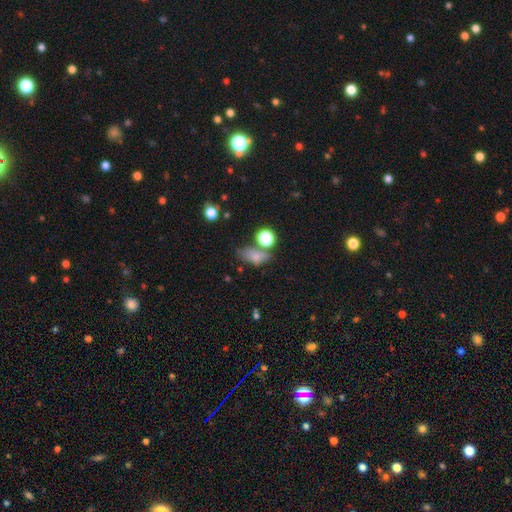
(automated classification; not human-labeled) smooth 72%, star or artifact 15%, featured or disk 13%. Down the decision tree: how rounded — in between (72%); merging — none (52%).